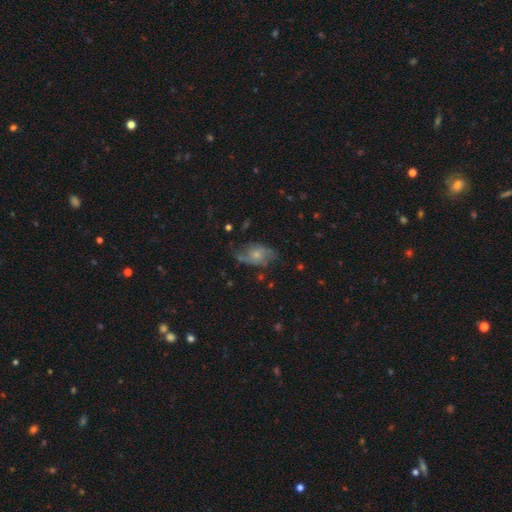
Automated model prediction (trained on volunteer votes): Smooth or featured? Predicted: featured or disk (p=0.55). Edge-on disk? Predicted: no (p=0.94). Bar? Predicted: no (p=0.78). Spiral arms? Predicted: yes (p=0.77). Bulge size? Predicted: small (p=0.58). Merging? Predicted: none (p=0.53).